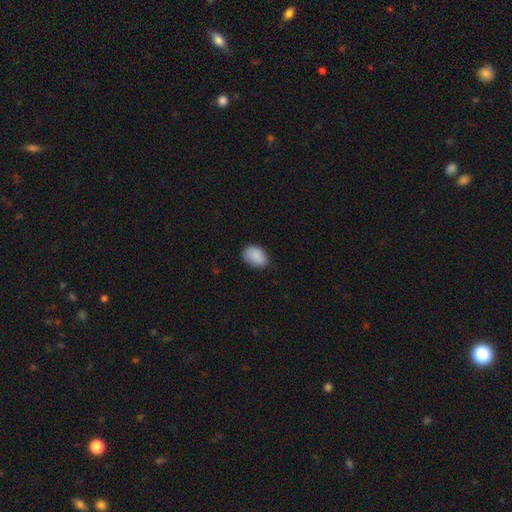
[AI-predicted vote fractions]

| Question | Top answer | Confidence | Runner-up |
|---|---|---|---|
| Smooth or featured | smooth | 89% | star or artifact (7%) |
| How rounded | in between | 82% | round (17%) |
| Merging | none | 77% | minor disturbance (19%) |